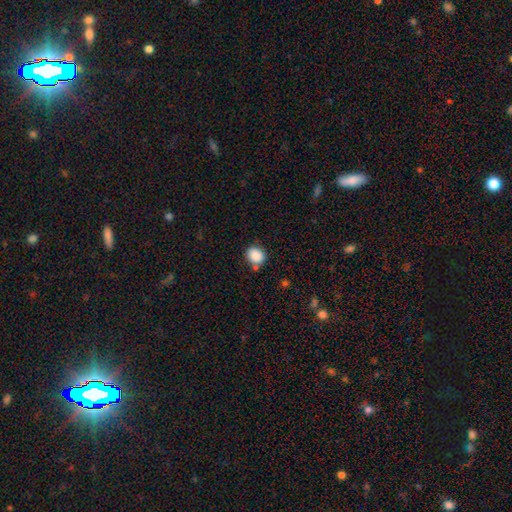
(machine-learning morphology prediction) Smooth or featured?
  - smooth: 88% *
  - star or artifact: 9%
  - featured or disk: 4%
How rounded?
  - round: 59% *
  - in between: 40%
  - cigar-shaped: 1%
Merging?
  - none: 73% *
  - minor disturbance: 15%
  - merger: 7%
  - major disturbance: 4%